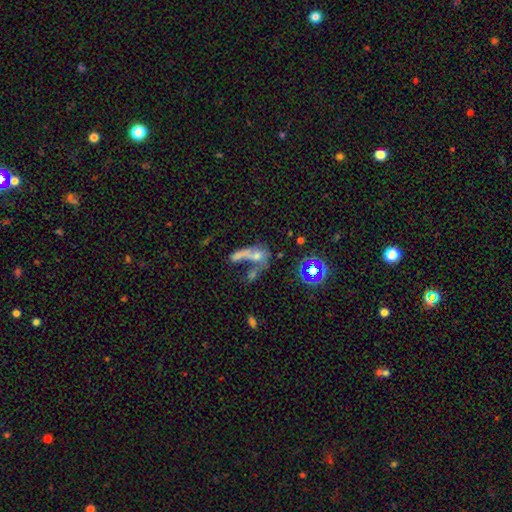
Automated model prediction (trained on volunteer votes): A smooth galaxy with no disk features (45%).

Vote fractions:
- Smooth or featured? smooth: 45% / featured or disk: 34% / star or artifact: 21%
- Merging? merger: 52% / major disturbance: 20% / none: 19% / minor disturbance: 9%